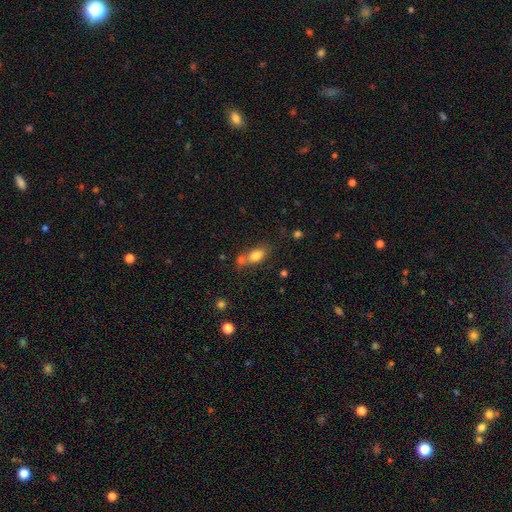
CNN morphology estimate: Smooth or featured?
  - smooth: 79% *
  - featured or disk: 11%
  - star or artifact: 9%
How rounded?
  - in between: 81% *
  - round: 14%
  - cigar-shaped: 6%
Merging?
  - none: 46% *
  - merger: 35%
  - minor disturbance: 14%
  - major disturbance: 5%